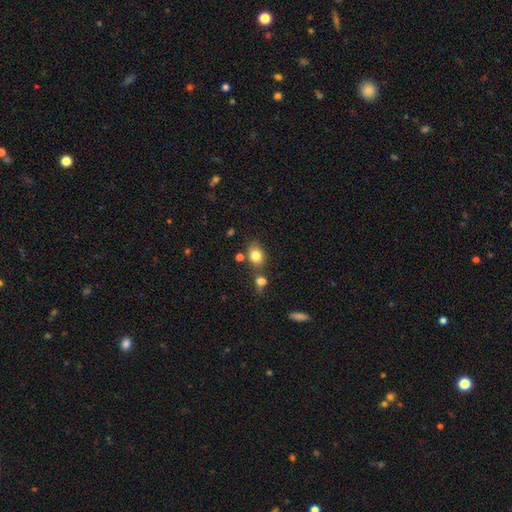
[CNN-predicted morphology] A smooth galaxy with no disk features (81%) that is in between round and cigar-shaped (57%).

Vote fractions:
- Smooth or featured? smooth: 81% / star or artifact: 10% / featured or disk: 9%
- How rounded? in between: 57% / round: 42% / cigar-shaped: 1%
- Merging? none: 67% / merger: 15% / minor disturbance: 14% / major disturbance: 4%